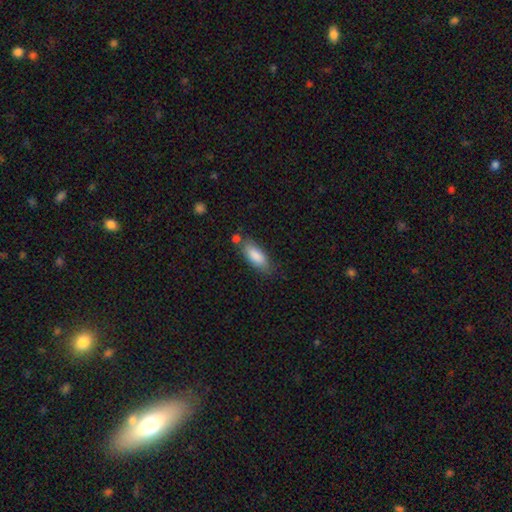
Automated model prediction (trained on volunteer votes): Q: Smooth or featured?
A: smooth (86%); runner-up: featured or disk (8%)
Q: How rounded?
A: in between (79%); runner-up: cigar-shaped (19%)
Q: Merging?
A: none (66%); runner-up: minor disturbance (18%)